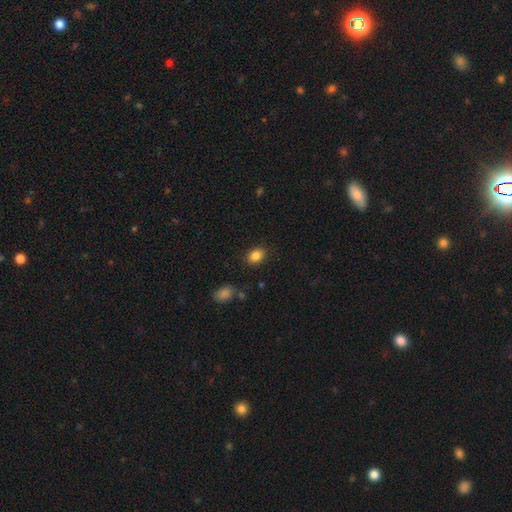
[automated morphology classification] type=smooth (86%); roundness=in between (70%); merging=none (85%).